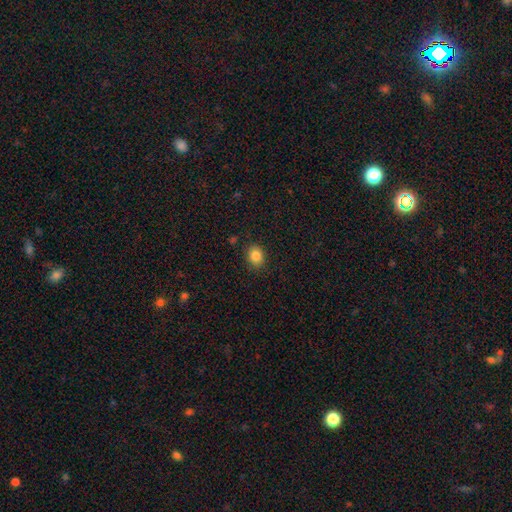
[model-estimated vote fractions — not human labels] smooth-or-featured: smooth: 85% | star or artifact: 10% | featured or disk: 5%
  how-rounded: round: 55% | in between: 45% | cigar-shaped: 1%
  merging: none: 86% | minor disturbance: 9% | major disturbance: 3% | merger: 1%